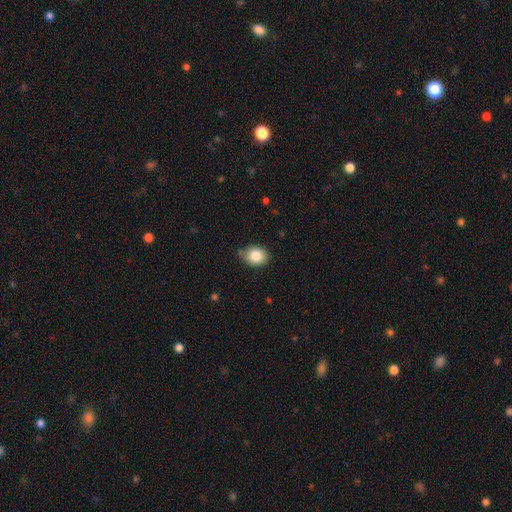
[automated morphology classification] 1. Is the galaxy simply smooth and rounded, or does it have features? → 82% smooth, 9% star or artifact, 9% featured or disk.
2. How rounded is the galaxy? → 52% in between, 47% round, 1% cigar-shaped.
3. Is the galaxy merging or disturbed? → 71% none, 24% minor disturbance, 4% major disturbance, 2% merger.